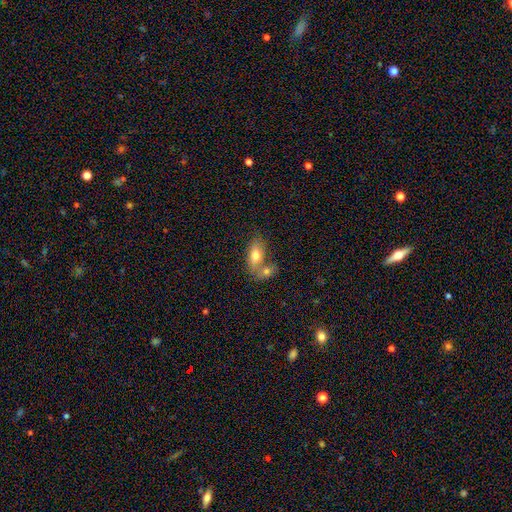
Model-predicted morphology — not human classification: This appears to be a smooth galaxy with no disk features (72%) that is in between round and cigar-shaped (87%). Merging: merger (55%).